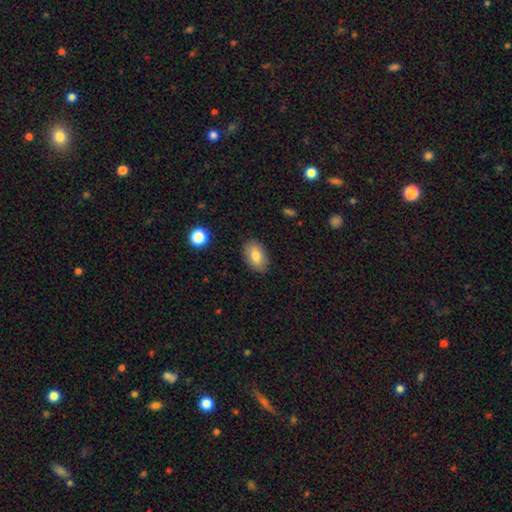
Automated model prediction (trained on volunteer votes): smooth 78%, featured or disk 15%, star or artifact 8%. Down the decision tree: how rounded — in between (90%); merging — none (86%).